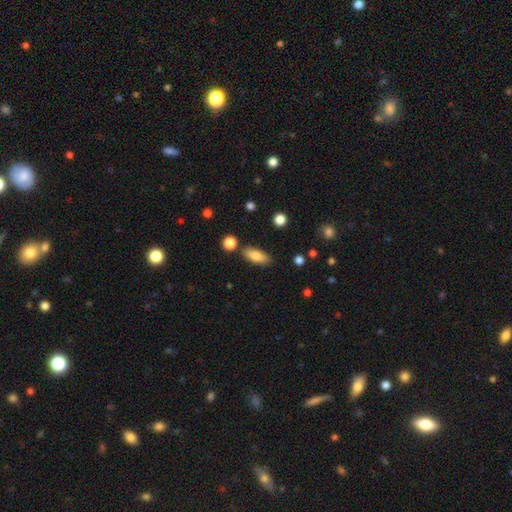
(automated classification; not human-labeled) smooth 82%, featured or disk 10%, star or artifact 7%. Down the decision tree: how rounded — in between (79%); merging — none (80%).